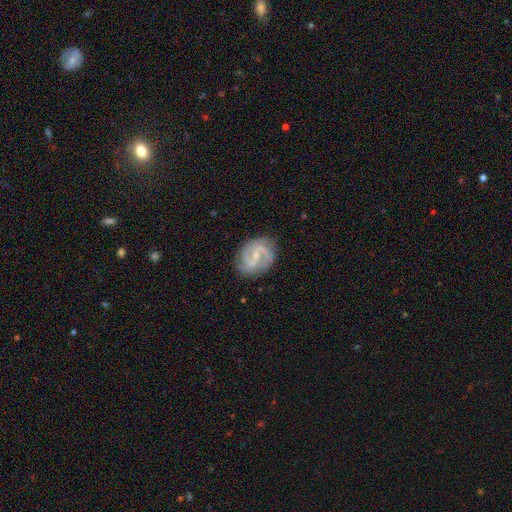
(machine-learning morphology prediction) This appears to be a featured or disk galaxy (86%) with a weak bar (53%), 2 (86%) medium (51%) spiral arms (96%) and a small central bulge (69%). Merging: none (80%).